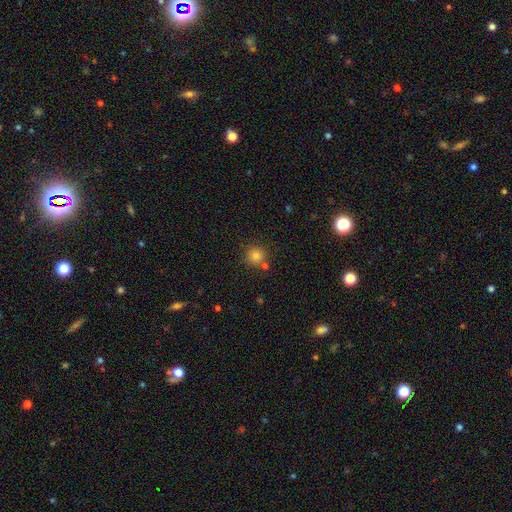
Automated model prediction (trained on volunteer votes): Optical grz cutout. It shows a smooth galaxy with no disk features (82%) that is round (92%). Merging: none (74%).